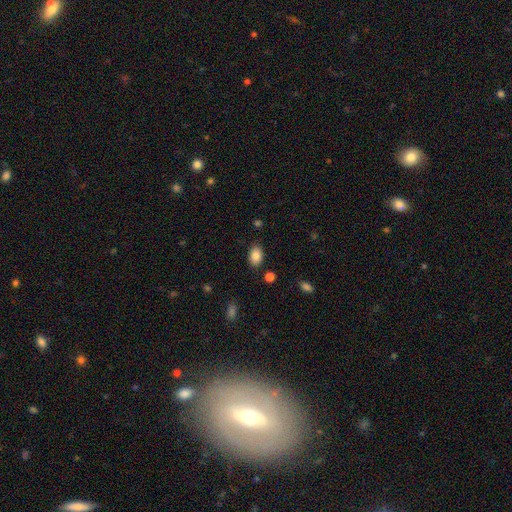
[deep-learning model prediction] Smooth or featured: smooth — 86% (star or artifact — 8%)
How rounded: in between — 86% (round — 13%)
Merging: none — 84% (minor disturbance — 11%)